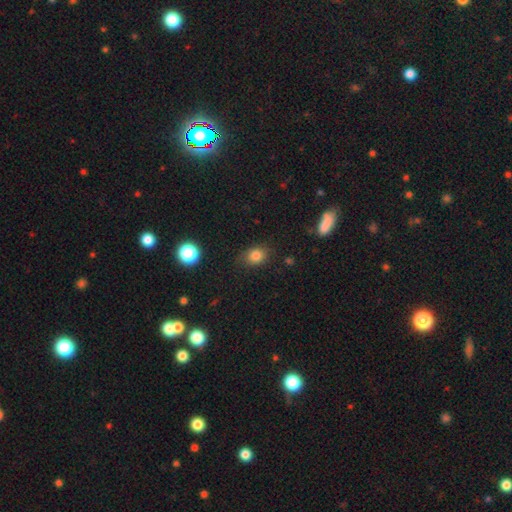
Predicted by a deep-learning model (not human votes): Smooth or featured? Predicted: smooth (p=0.82). How rounded? Predicted: round (p=0.56). Merging? Predicted: none (p=0.80).